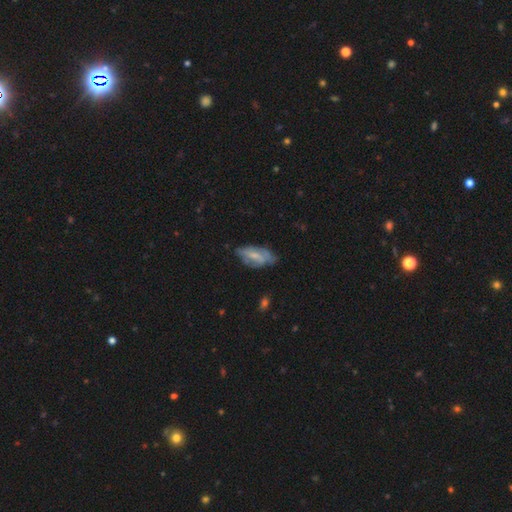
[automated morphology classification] Q: Smooth or featured?
A: featured or disk (46%); tied with: smooth (46%)
Q: Merging?
A: none (50%); runner-up: minor disturbance (35%)